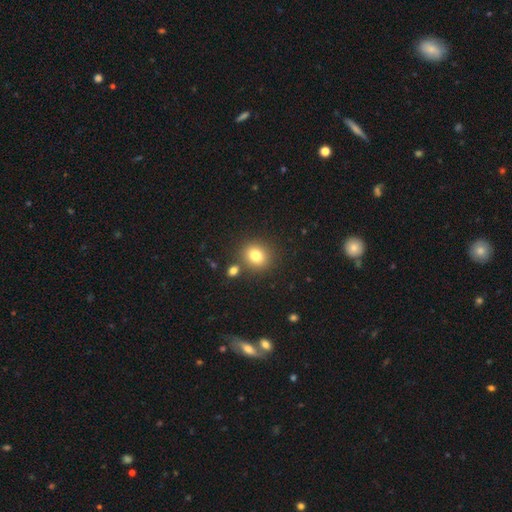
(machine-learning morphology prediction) type=smooth (79%); roundness=round (75%); merging=none (78%).